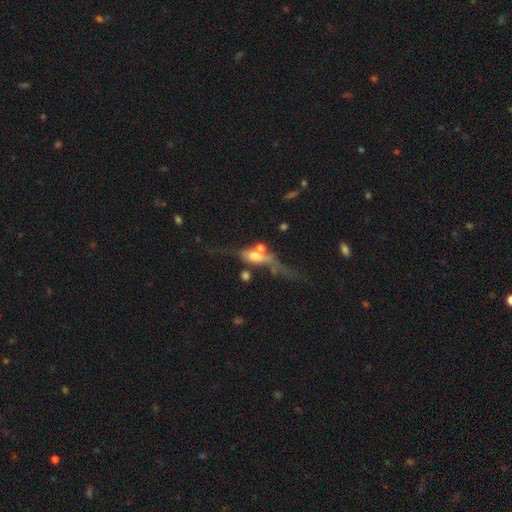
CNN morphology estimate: The model was most divided on "merging": none: 31%, major disturbance: 25%, merger: 25%, minor disturbance: 20%. More confident: edge-on disk — yes (61%); smooth or featured — featured or disk (53%).